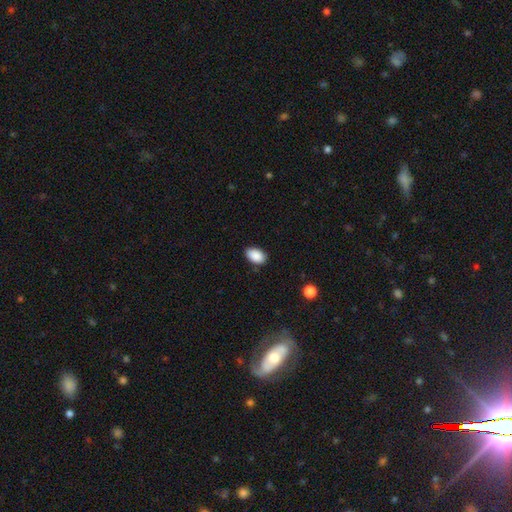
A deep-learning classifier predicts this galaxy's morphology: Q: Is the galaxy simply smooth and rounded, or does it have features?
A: smooth — 89%.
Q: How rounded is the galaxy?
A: in between — 92%.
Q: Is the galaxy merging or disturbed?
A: none — 84%.